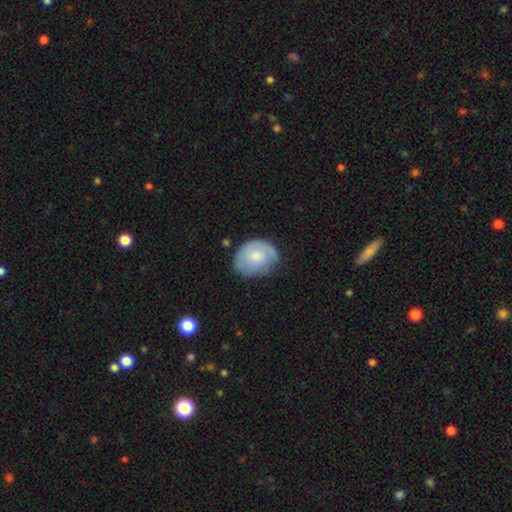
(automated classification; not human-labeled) This appears to be a smooth galaxy with no disk features (64%) that is in between round and cigar-shaped (51%). Merging: none (66%).